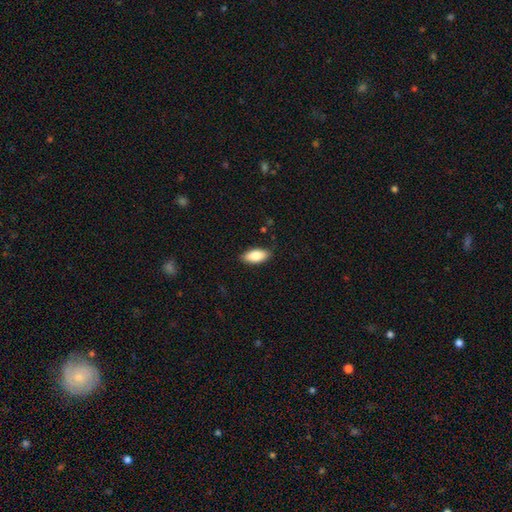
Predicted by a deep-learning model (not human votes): smooth-or-featured: smooth: 85% | featured or disk: 8% | star or artifact: 6%
  how-rounded: in between: 90% | cigar-shaped: 8% | round: 2%
  merging: none: 86% | minor disturbance: 11% | major disturbance: 2% | merger: 1%